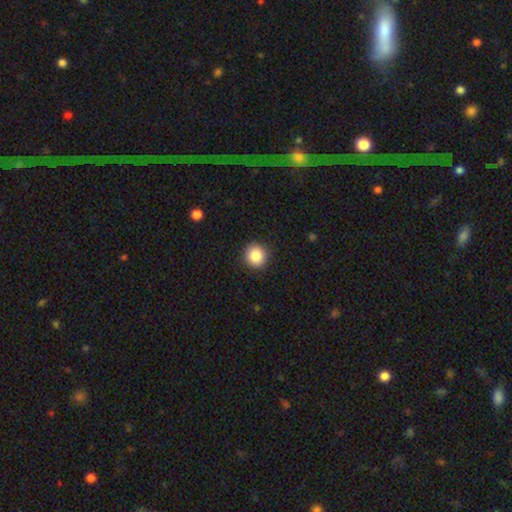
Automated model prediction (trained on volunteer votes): A smooth galaxy with no disk features (87%) that is round (91%).

Vote fractions:
- Smooth or featured? smooth: 87% / star or artifact: 9% / featured or disk: 4%
- How rounded? round: 91% / in between: 8% / cigar-shaped: 1%
- Merging? none: 91% / minor disturbance: 6% / major disturbance: 2% / merger: 1%